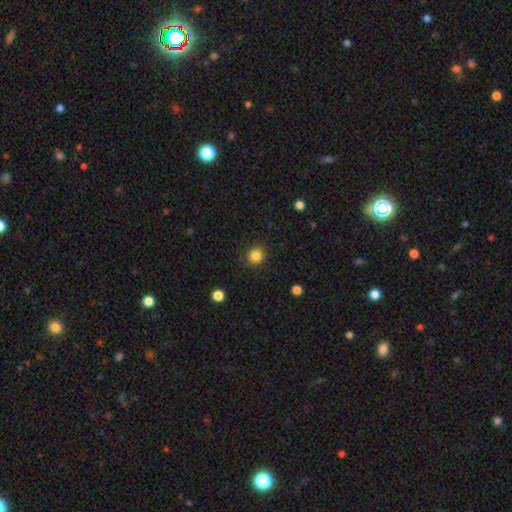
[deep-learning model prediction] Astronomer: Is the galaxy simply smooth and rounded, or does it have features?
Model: smooth — 85%.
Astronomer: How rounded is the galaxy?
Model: round — 88%.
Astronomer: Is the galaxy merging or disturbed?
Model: none — 89%.